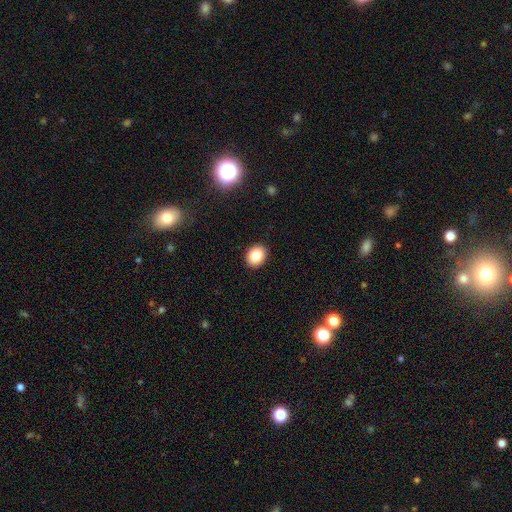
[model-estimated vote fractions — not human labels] smooth-or-featured: smooth: 84% | star or artifact: 9% | featured or disk: 7%
  how-rounded: in between: 57% | round: 42% | cigar-shaped: 1%
  merging: none: 91% | minor disturbance: 7% | major disturbance: 2% | merger: 1%